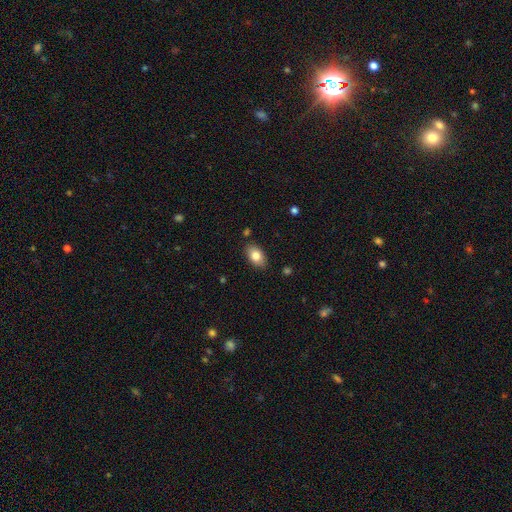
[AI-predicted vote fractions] smooth 83%, featured or disk 10%, star or artifact 8%. Down the decision tree: how rounded — in between (90%); merging — none (85%).